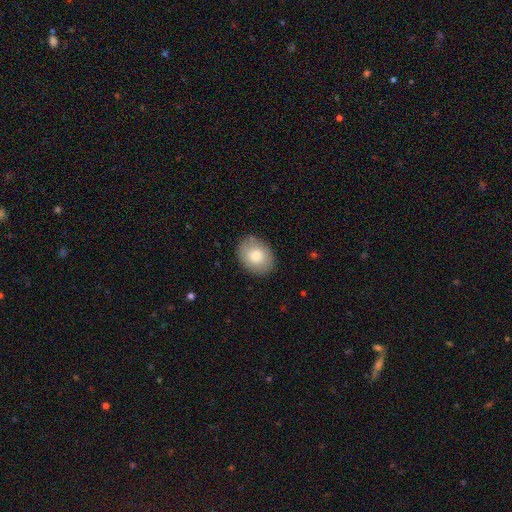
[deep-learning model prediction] The model was most divided on "how rounded": in between: 62%, round: 37%, cigar-shaped: 1%. More confident: merging — none (85%); smooth or featured — smooth (79%).